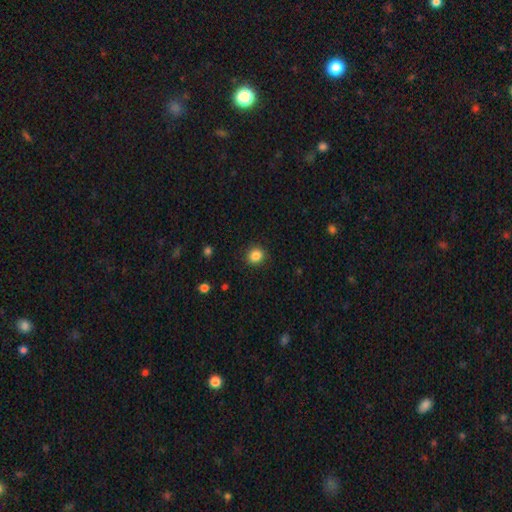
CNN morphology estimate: This is clearly a smooth galaxy (85%). How rounded: clearly round (81%). Merging: clearly none (90%).